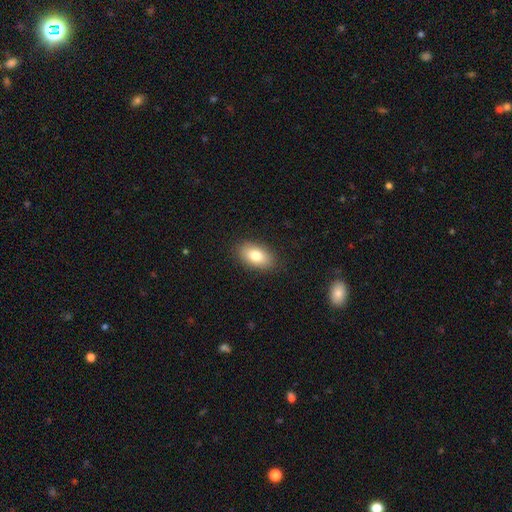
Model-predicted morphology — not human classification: Smooth or featured? smooth (81%)
How rounded? in between (92%)
Merging? none (88%)